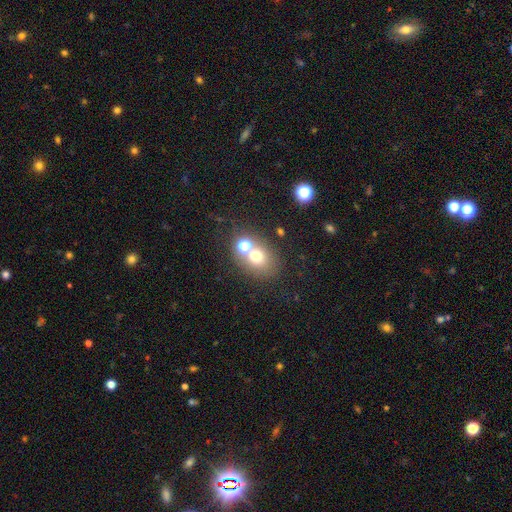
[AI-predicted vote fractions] This is likely a smooth galaxy (64%). How rounded: likely round (64%). Merging: possibly none (54%).